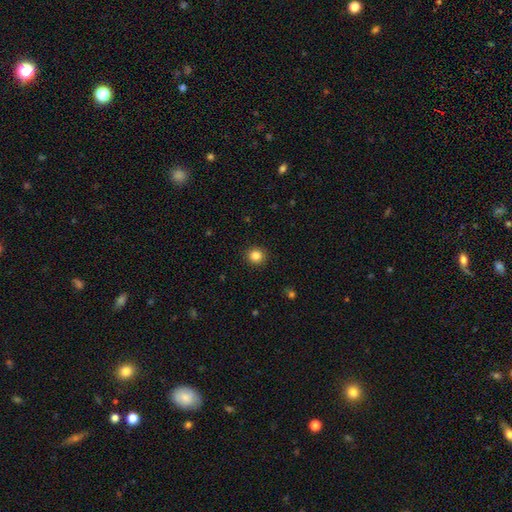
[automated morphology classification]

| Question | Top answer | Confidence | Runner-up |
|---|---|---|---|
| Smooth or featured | smooth | 85% | star or artifact (11%) |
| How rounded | round | 90% | in between (9%) |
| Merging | none | 91% | minor disturbance (6%) |